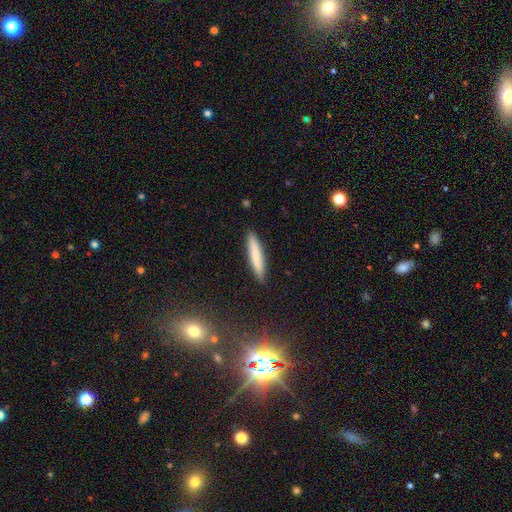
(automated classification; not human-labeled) smooth-or-featured: smooth: 78% | featured or disk: 15% | star or artifact: 7%
  how-rounded: cigar-shaped: 92% | in between: 7% | round: 1%
  merging: none: 90% | minor disturbance: 7% | major disturbance: 2% | merger: 1%